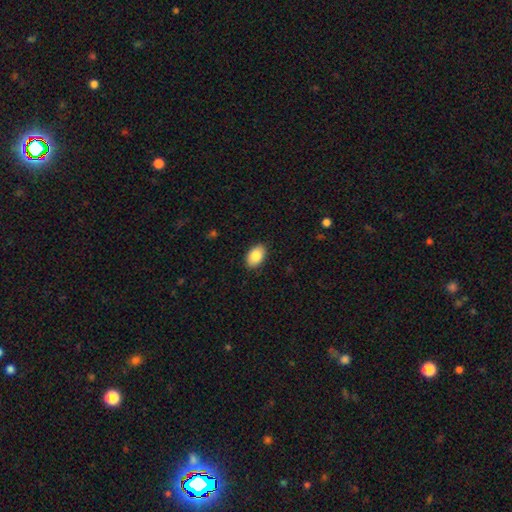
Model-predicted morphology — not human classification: Smooth or featured? smooth (86%)
How rounded? in between (90%)
Merging? none (89%)